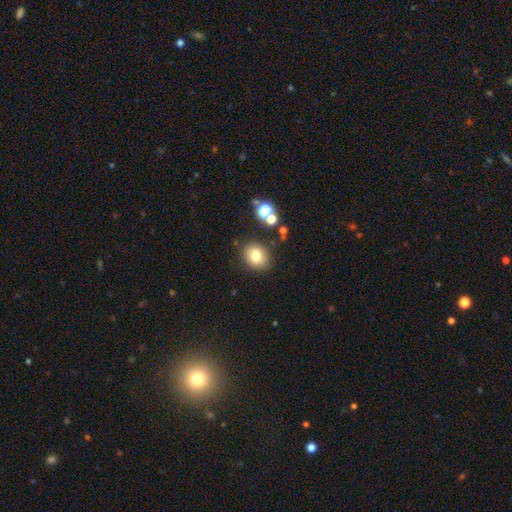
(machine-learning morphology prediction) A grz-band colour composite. It shows a smooth galaxy with no disk features (79%) that is round (62%). Merging: none (81%).